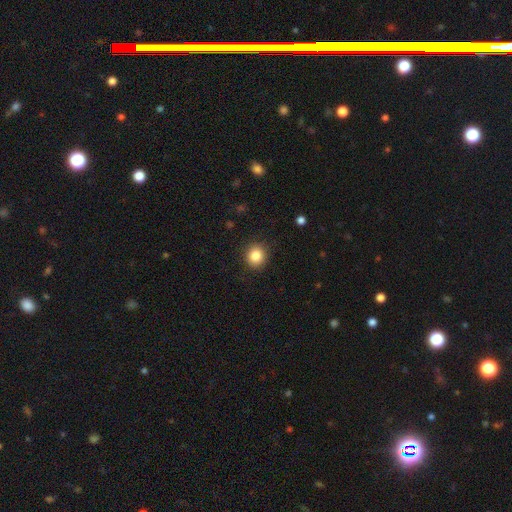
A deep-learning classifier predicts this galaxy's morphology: Smooth or featured? Predicted: smooth (p=0.85). How rounded? Predicted: round (p=0.88). Merging? Predicted: none (p=0.90).